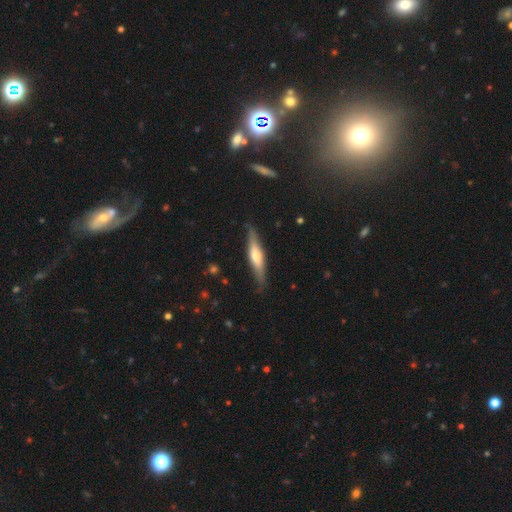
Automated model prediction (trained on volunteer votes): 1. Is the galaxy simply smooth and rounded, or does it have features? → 53% featured or disk, 41% smooth, 6% star or artifact.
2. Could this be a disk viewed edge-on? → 93% yes, 7% no.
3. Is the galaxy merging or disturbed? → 84% none, 12% minor disturbance, 2% major disturbance, 1% merger.